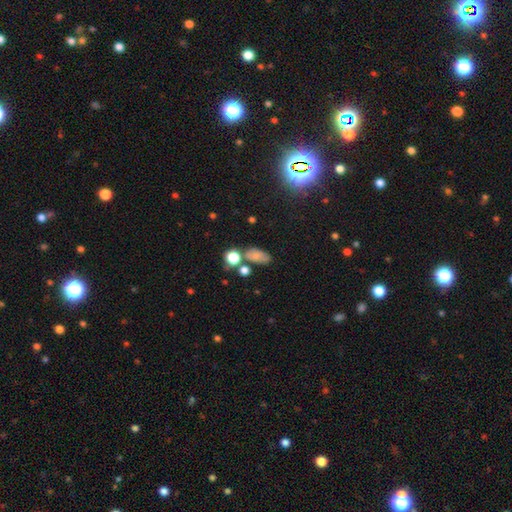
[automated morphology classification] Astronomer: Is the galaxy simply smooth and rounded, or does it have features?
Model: smooth — 70%.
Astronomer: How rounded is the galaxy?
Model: in between — 79%.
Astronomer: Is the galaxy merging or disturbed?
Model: none — 57%.